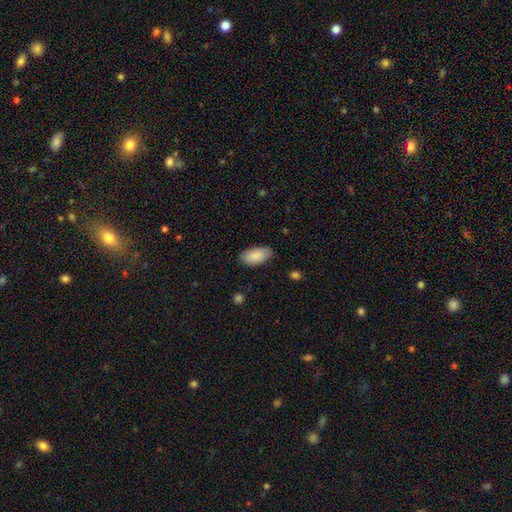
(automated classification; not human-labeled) Smooth or featured: smooth — 89% (star or artifact — 6%)
How rounded: in between — 94% (cigar-shaped — 3%)
Merging: none — 84% (minor disturbance — 13%)